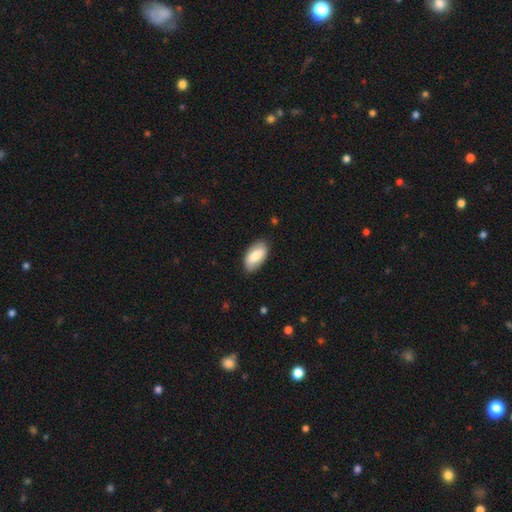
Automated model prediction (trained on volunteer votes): A smooth galaxy with no disk features (75%) that is in between round and cigar-shaped (94%).

Vote fractions:
- Smooth or featured? smooth: 75% / featured or disk: 19% / star or artifact: 6%
- How rounded? in between: 94% / cigar-shaped: 4% / round: 2%
- Merging? none: 82% / minor disturbance: 14% / major disturbance: 3% / merger: 1%